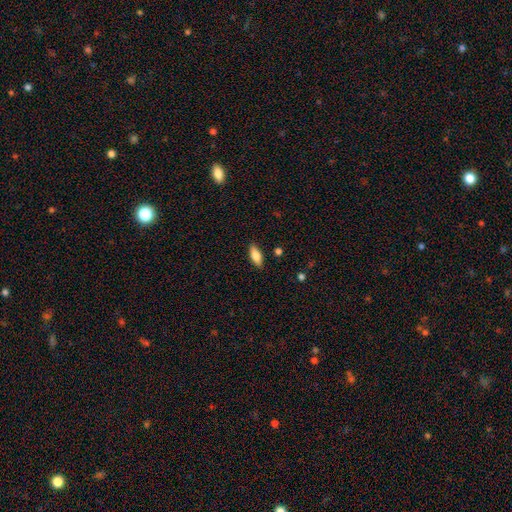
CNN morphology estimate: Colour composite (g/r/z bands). It shows a smooth galaxy with no disk features (77%) that is in between round and cigar-shaped (77%). Merging: none (87%).